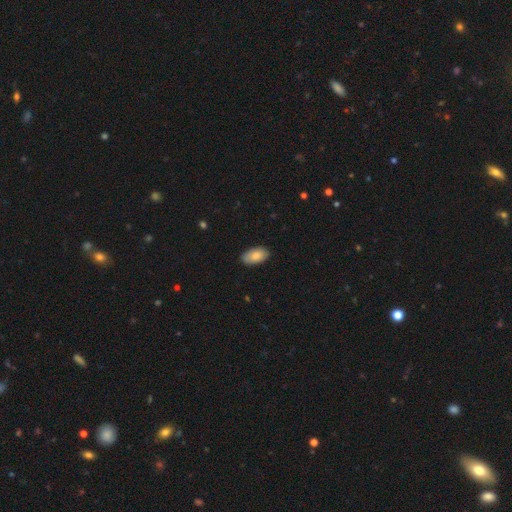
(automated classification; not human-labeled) A smooth galaxy with no disk features (81%) that is in between round and cigar-shaped (95%). Merging: none (84%).